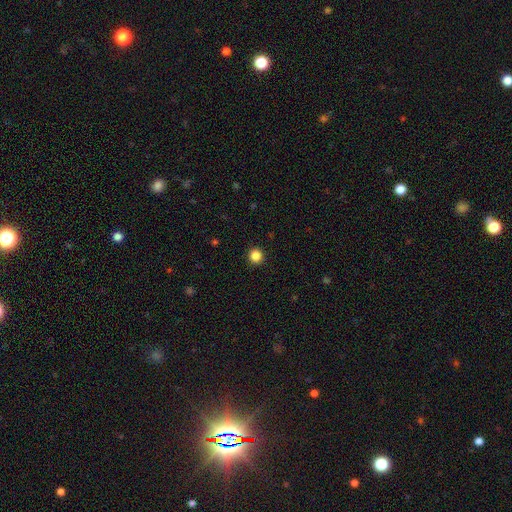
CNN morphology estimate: The model was most divided on "smooth or featured": smooth: 86%, star or artifact: 11%, featured or disk: 3%. More confident: how rounded — round (95%); merging — none (93%).